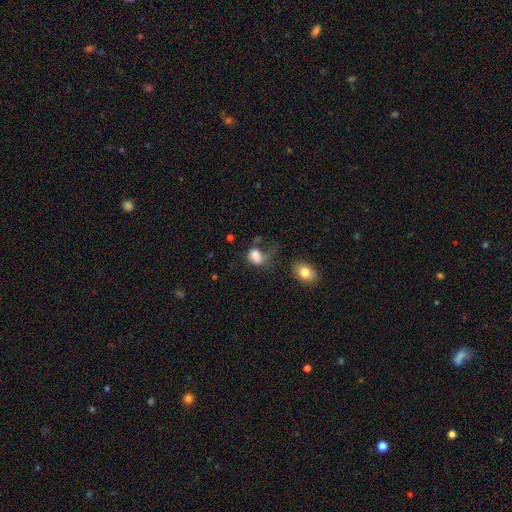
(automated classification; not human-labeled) This appears to be a smooth galaxy with no disk features (75%) that is in between round and cigar-shaped (69%). Merging: major disturbance (44%).